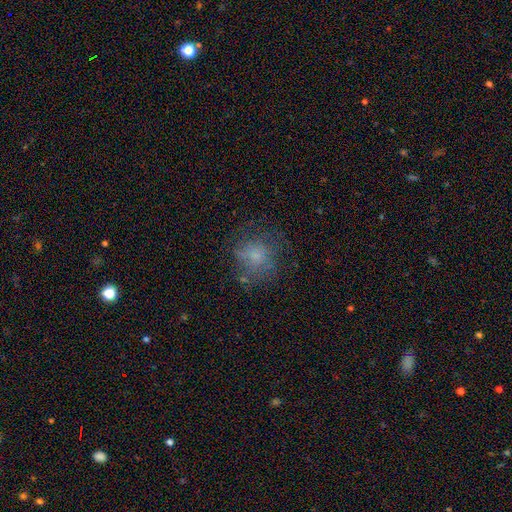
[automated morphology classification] This is likely a smooth galaxy (63%). How rounded: likely round (80%). Merging: likely none (60%).